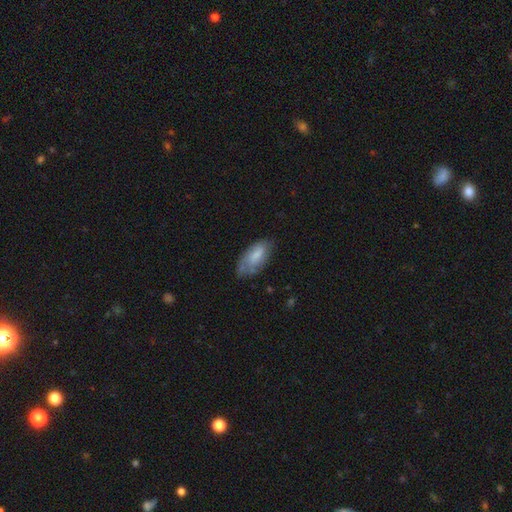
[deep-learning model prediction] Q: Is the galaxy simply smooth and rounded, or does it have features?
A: smooth — 65%.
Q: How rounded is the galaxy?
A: in between — 90%.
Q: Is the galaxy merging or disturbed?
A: none — 54%.